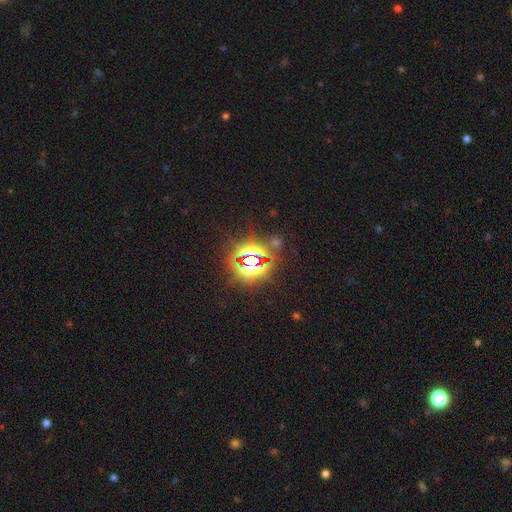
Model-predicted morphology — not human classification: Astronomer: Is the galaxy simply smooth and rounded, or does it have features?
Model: star or artifact — 82%.